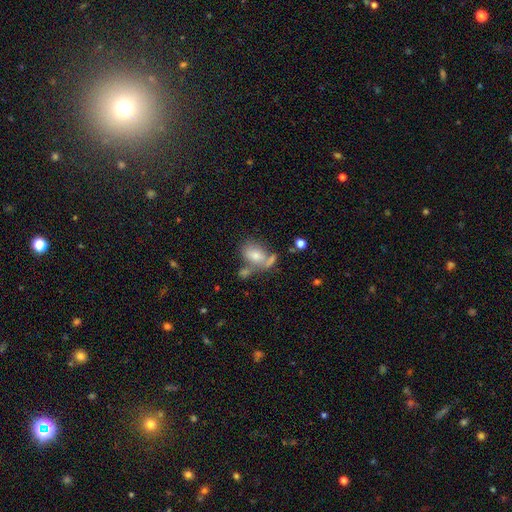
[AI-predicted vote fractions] Overall: smooth (70%). How rounded: in between (82%). Merging: none (37%; merger 32%).